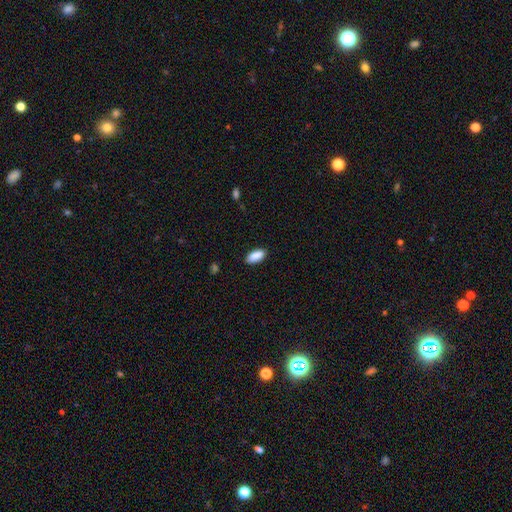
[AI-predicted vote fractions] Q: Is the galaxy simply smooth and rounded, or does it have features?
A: smooth — 90%.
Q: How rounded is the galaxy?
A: in between — 87%.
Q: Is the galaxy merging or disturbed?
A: none — 87%.